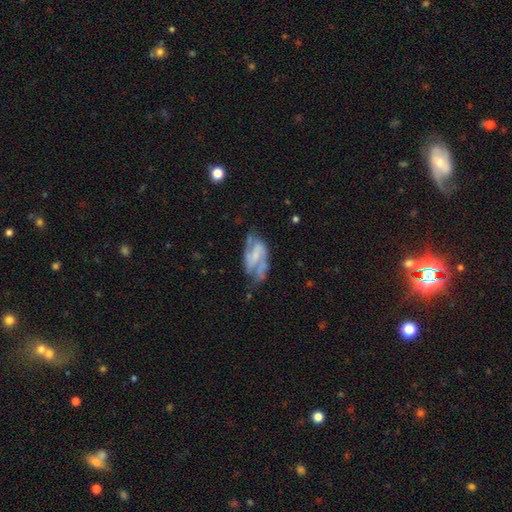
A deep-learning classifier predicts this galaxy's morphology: smooth-or-featured: featured or disk: 76% | smooth: 17% | star or artifact: 7%
  disk-edge-on: no: 95% | yes: 5%
    bar: weak: 42% | no: 35% | strong: 24%
    has-spiral-arms: yes: 84% | no: 16%
      spiral-winding: medium: 47% | loose: 28% | tight: 25%
      spiral-arm-count: 2: 67% | can't tell: 17% | 3: 8% | 1: 4% | 4: 2% | more than 4: 2%
    bulge-size: small: 43% | none: 34% | moderate: 18% | large: 3% | dominant: 1%
  merging: none: 46% | minor disturbance: 27% | major disturbance: 23% | merger: 4%